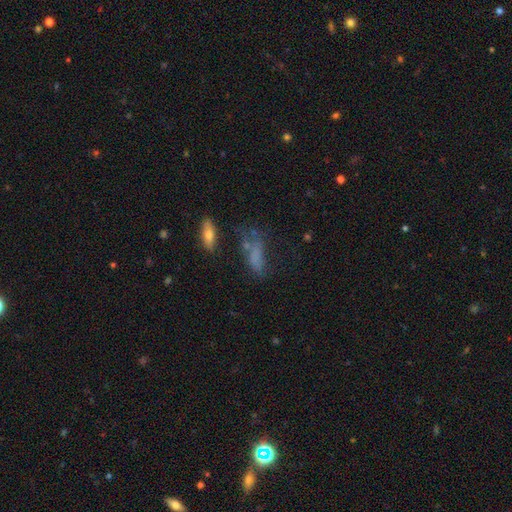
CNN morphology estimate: This appears to be a smooth galaxy with no disk features (59%) that is in between round and cigar-shaped (66%). Merging: none (38%).